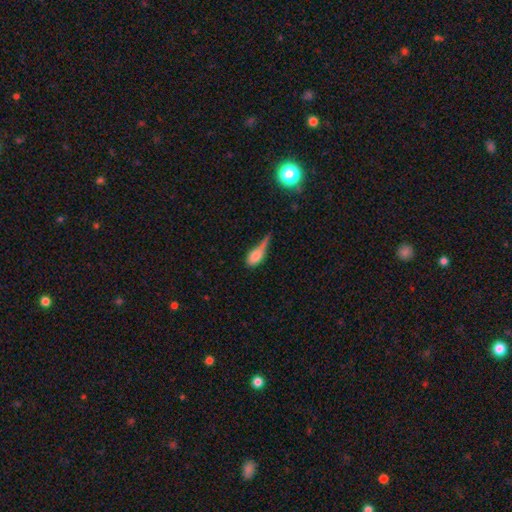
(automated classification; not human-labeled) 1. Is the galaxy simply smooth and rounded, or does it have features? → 70% smooth, 21% featured or disk, 9% star or artifact.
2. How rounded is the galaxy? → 71% in between, 19% cigar-shaped, 10% round.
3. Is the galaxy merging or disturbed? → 34% minor disturbance, 33% major disturbance, 23% none, 10% merger.